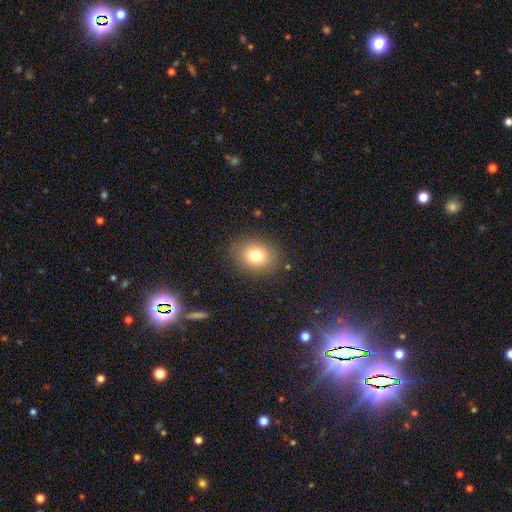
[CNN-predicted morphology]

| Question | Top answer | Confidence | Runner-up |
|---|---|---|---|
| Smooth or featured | smooth | 77% | star or artifact (12%) |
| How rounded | round | 54% | in between (46%) |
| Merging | none | 86% | minor disturbance (9%) |